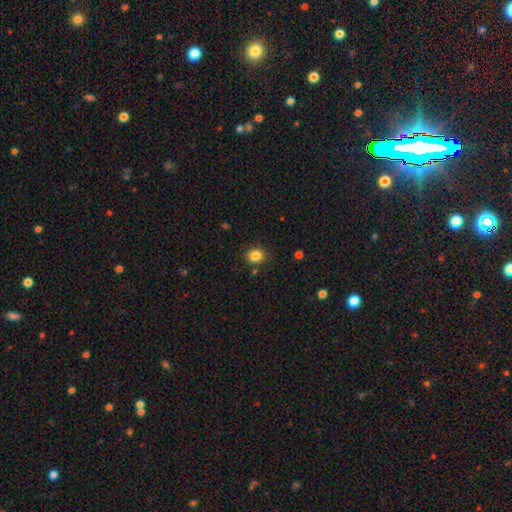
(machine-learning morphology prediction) smooth 83%, star or artifact 12%, featured or disk 5%. Down the decision tree: how rounded — round (84%); merging — none (86%).